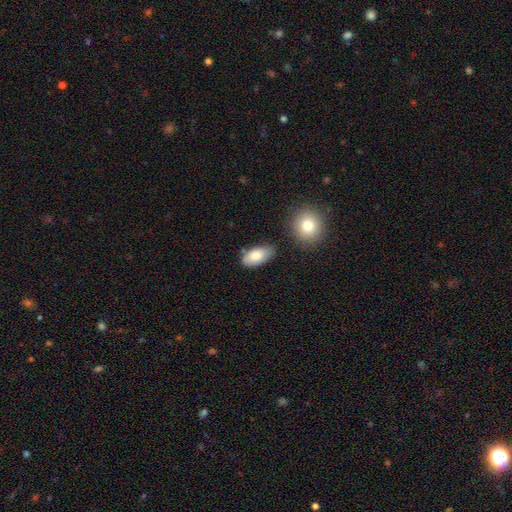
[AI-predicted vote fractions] Smooth or featured?
  - smooth: 82% *
  - featured or disk: 12%
  - star or artifact: 7%
How rounded?
  - in between: 93% *
  - round: 4%
  - cigar-shaped: 4%
Merging?
  - none: 73% *
  - minor disturbance: 17%
  - merger: 6%
  - major disturbance: 4%